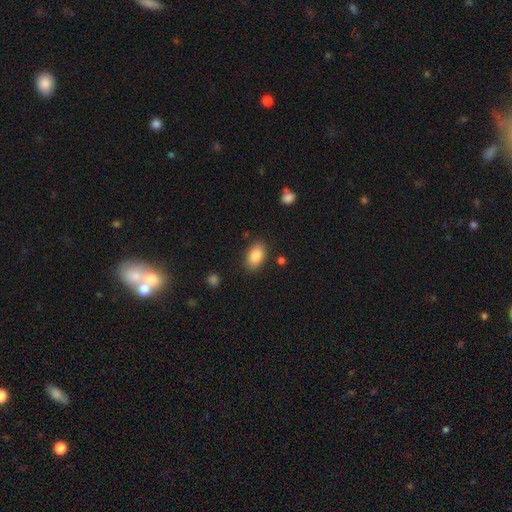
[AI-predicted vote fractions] A smooth galaxy with no disk features (85%) that is in between round and cigar-shaped (89%). Merging: none (85%).